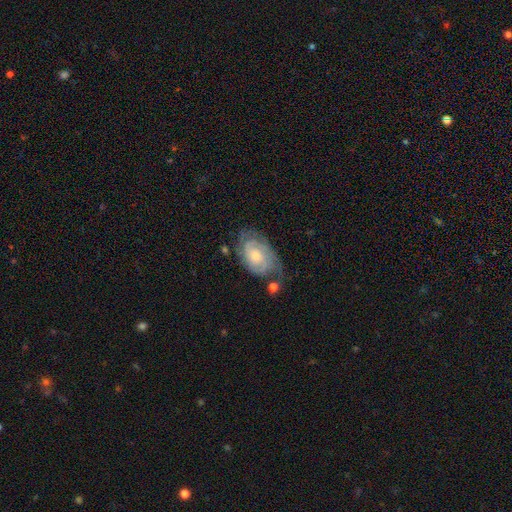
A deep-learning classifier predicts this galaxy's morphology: Smooth or featured: featured or disk — 73% (smooth — 20%)
Edge-on disk: no — 96% (yes — 4%)
Bar: no — 76% (weak — 21%)
Spiral arms: yes — 89% (no — 11%)
Spiral winding: tight — 65% (medium — 26%)
Spiral arm count: can't tell — 41% (2 — 32%)
Bulge size: small — 47% (tied with moderate — 47%)
Merging: none — 55% (minor disturbance — 26%)